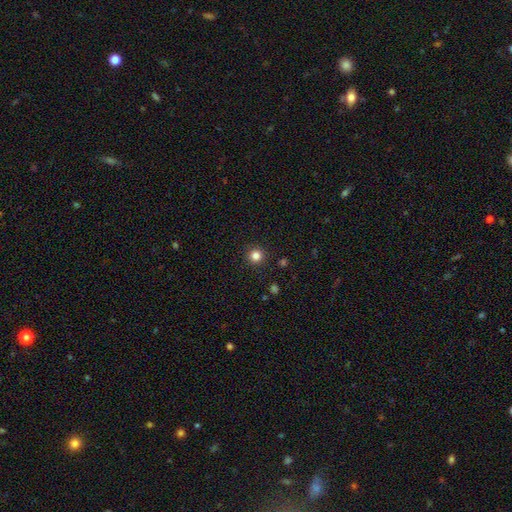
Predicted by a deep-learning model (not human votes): Smooth or featured: smooth — 82% (star or artifact — 13%)
How rounded: round — 95% (in between — 4%)
Merging: none — 92% (minor disturbance — 5%)